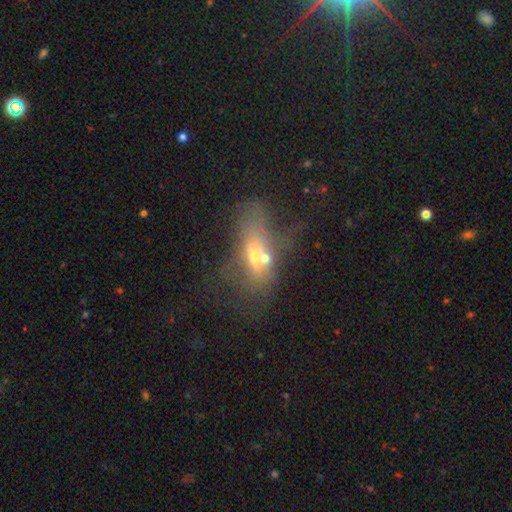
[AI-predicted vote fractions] Morphology: type=featured or disk (44%); merging=merger (33%).